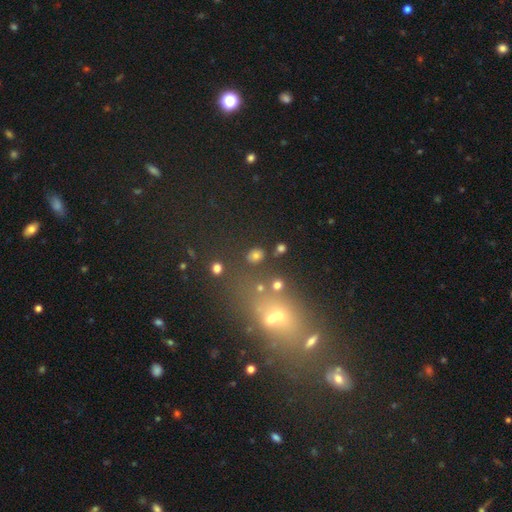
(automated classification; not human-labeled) Q: Smooth or featured?
A: smooth (60%); runner-up: star or artifact (28%)
Q: How rounded?
A: in between (51%); runner-up: round (45%)
Q: Merging?
A: none (67%); runner-up: merger (16%)